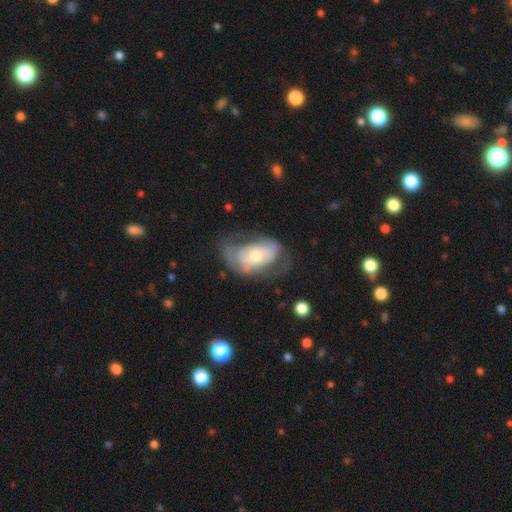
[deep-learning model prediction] Morphology: type=featured or disk (61%); edge-on=no (93%); bar=no (69%); spiral arms=yes (56%); bulge=moderate (61%); merging=none (48%).